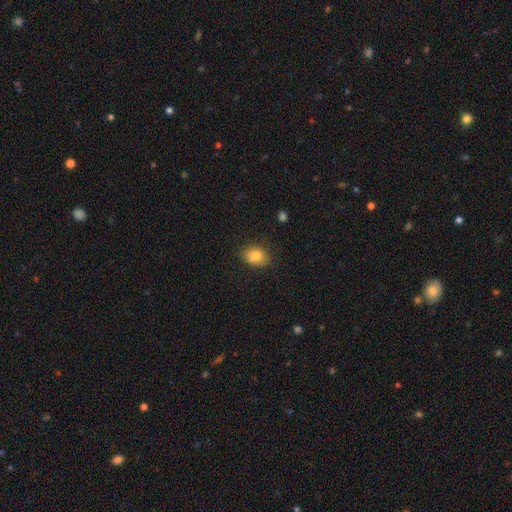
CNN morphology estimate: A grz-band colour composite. It shows a smooth galaxy with no disk features (81%) that is in between round and cigar-shaped (62%). Merging: none (78%).